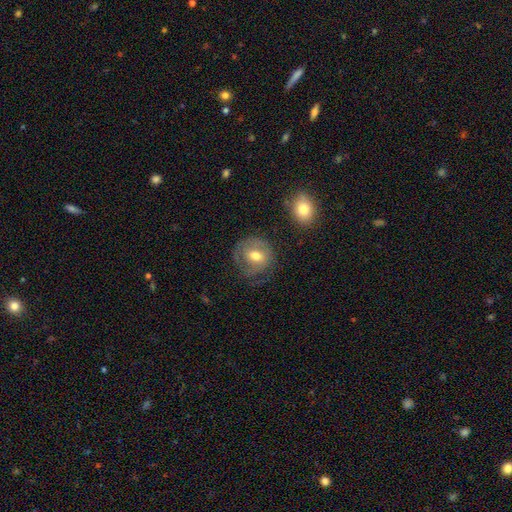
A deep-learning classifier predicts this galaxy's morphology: Smooth or featured: featured or disk — 49% (smooth — 42%)
Merging: none — 66% (minor disturbance — 20%)